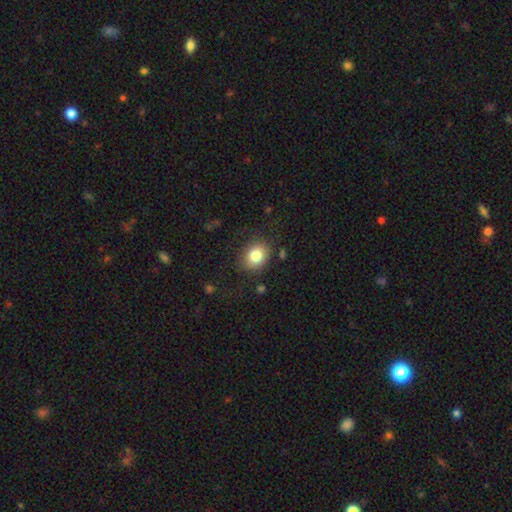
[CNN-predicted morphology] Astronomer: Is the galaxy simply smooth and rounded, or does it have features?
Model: smooth — 82%.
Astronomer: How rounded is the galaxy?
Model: round — 52% (runner-up: in between, 48%).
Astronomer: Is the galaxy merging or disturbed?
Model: none — 80%.